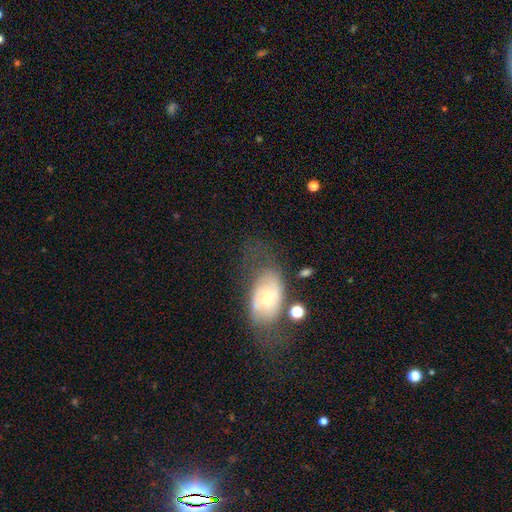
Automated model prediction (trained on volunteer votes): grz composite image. It shows a featured or disk galaxy (52%). Merging: none (50%).